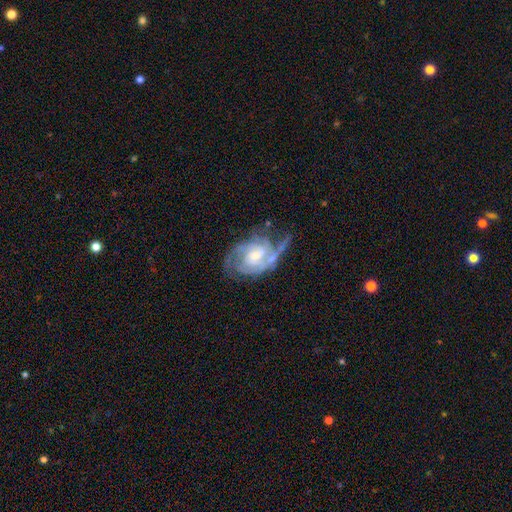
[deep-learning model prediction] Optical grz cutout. It shows a featured or disk galaxy (85%) with no bar (58%), 2 (40%) tight (47%) spiral arms (93%) and a small central bulge (50%). Merging: none (44%).